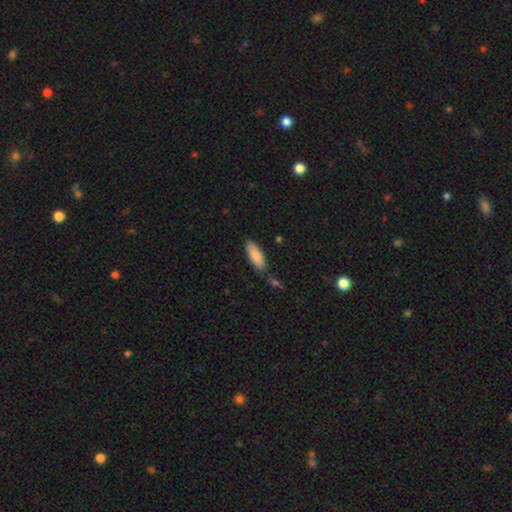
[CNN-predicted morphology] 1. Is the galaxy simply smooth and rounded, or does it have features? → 85% smooth, 9% featured or disk, 6% star or artifact.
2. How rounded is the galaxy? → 69% in between, 29% cigar-shaped, 2% round.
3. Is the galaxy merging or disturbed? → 78% none, 13% minor disturbance, 6% merger, 3% major disturbance.